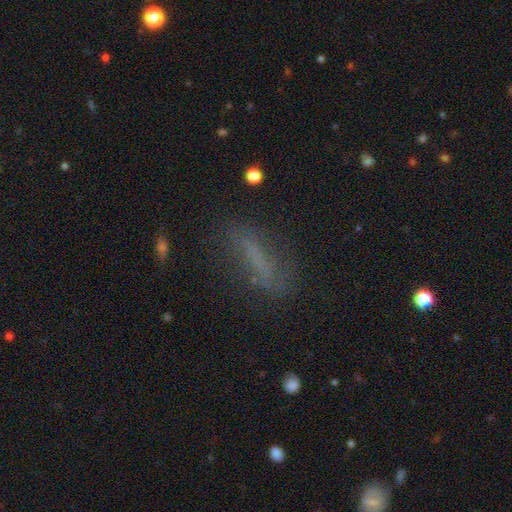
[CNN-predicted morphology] Smooth or featured: smooth — 57% (featured or disk — 28%)
How rounded: cigar-shaped — 73% (in between — 24%)
Merging: none — 69% (minor disturbance — 18%)